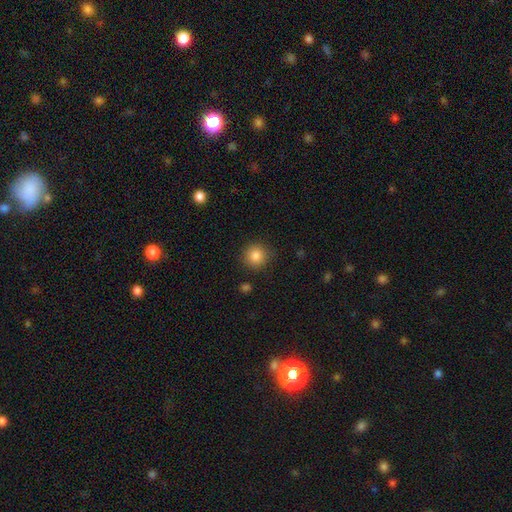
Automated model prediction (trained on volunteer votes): This is clearly a smooth galaxy (86%). How rounded: clearly round (93%). Merging: clearly none (88%).